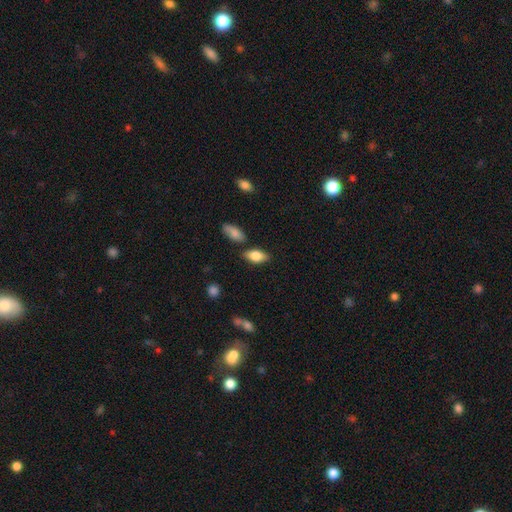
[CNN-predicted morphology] A smooth galaxy with no disk features (79%) that is in between round and cigar-shaped (89%). Merging: none (78%).